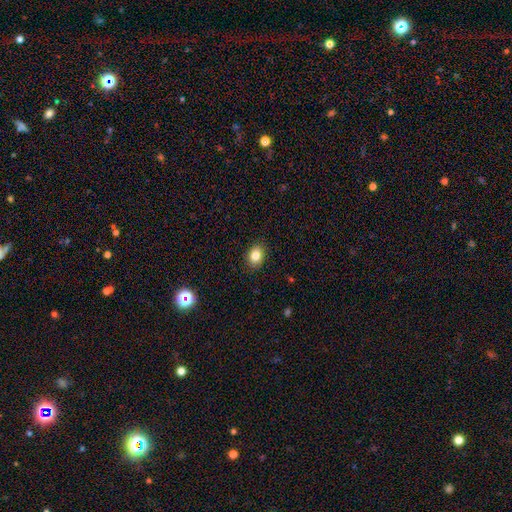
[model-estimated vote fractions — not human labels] Smooth or featured?
  - smooth: 83% *
  - star or artifact: 10%
  - featured or disk: 7%
How rounded?
  - in between: 64% *
  - round: 35%
  - cigar-shaped: 1%
Merging?
  - none: 89% *
  - minor disturbance: 8%
  - major disturbance: 2%
  - merger: 1%